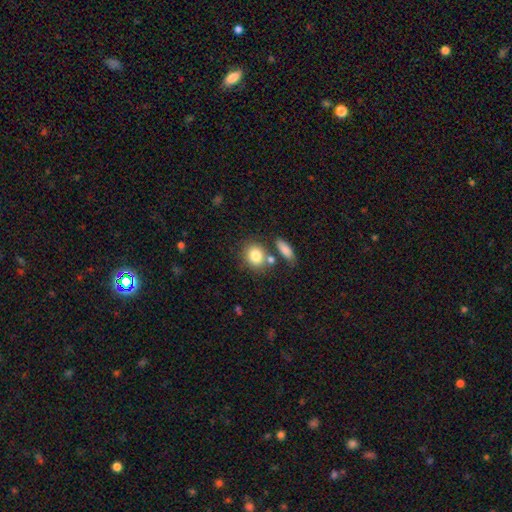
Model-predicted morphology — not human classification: Smooth or featured? smooth (82%)
How rounded? round (69%)
Merging? none (62%)